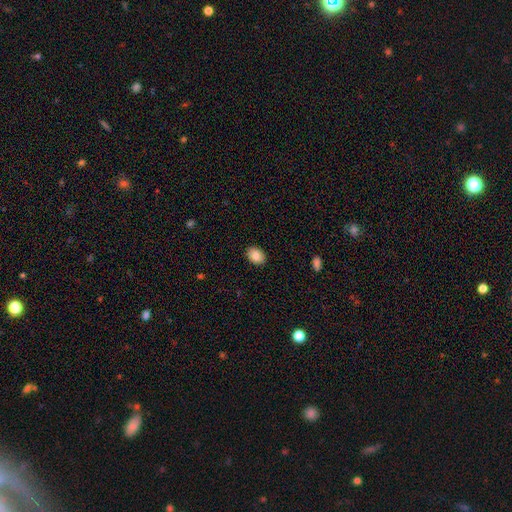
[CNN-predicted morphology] Smooth or featured? Predicted: smooth (p=0.86). How rounded? Predicted: in between (p=0.69). Merging? Predicted: none (p=0.90).